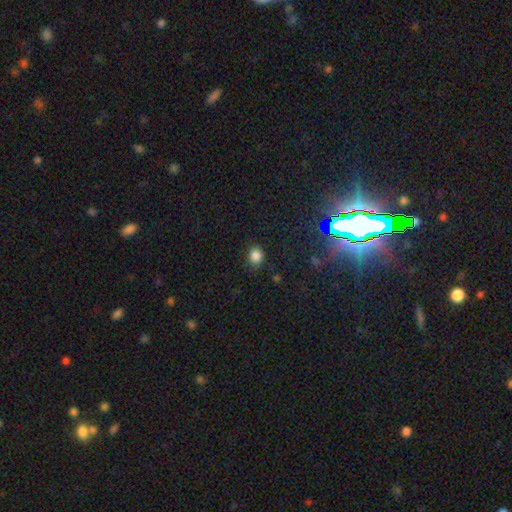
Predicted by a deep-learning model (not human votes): smooth_or_featured: smooth (p=0.83) [alt: star or artifact p=0.13]
how_rounded: round (p=0.59) [alt: in between p=0.40]
merging: none (p=0.81) [alt: minor disturbance p=0.14]